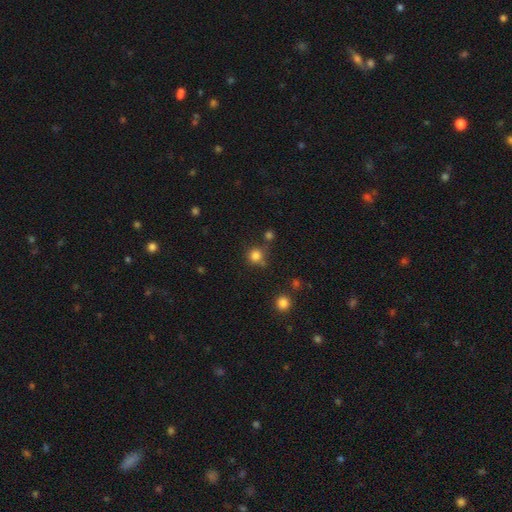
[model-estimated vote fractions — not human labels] Overall: smooth (81%). How rounded: round (92%). Merging: none (73%).